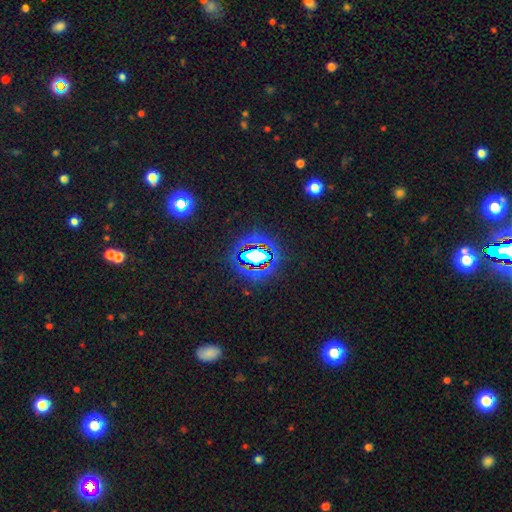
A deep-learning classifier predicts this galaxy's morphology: smooth_or_featured: star or artifact (p=0.71) [alt: smooth p=0.17]